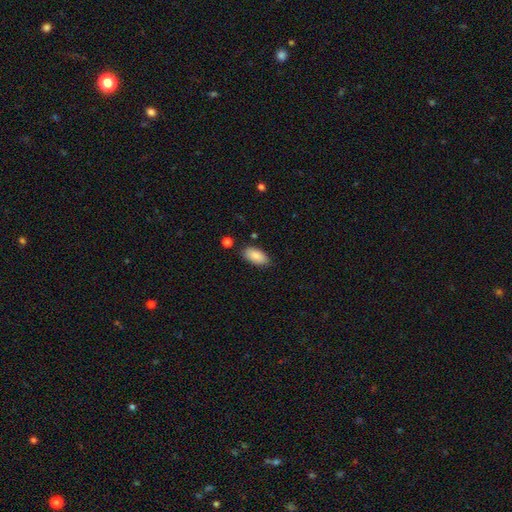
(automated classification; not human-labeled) The model was most divided on "merging": none: 83%, minor disturbance: 12%, major disturbance: 2%, merger: 2%. More confident: how rounded — in between (93%); smooth or featured — smooth (88%).